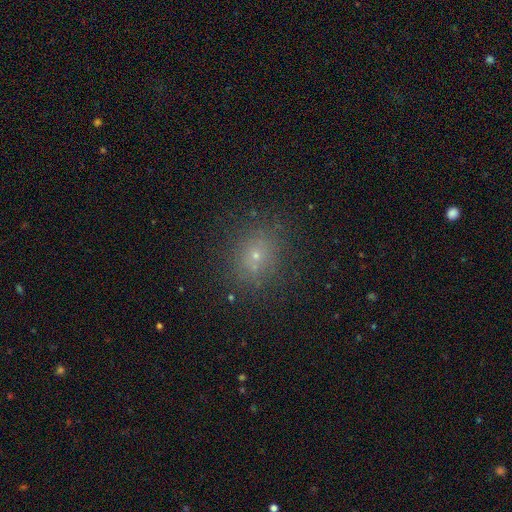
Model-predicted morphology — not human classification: smooth 63%, star or artifact 26%, featured or disk 11%. Down the decision tree: how rounded — round (66%); merging — none (85%).